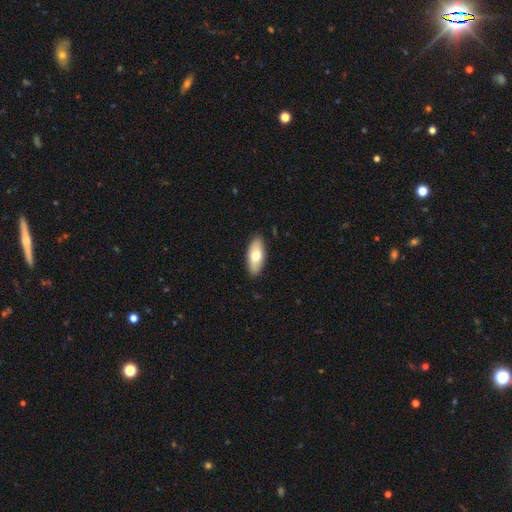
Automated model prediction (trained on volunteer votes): Overall: smooth (72%). How rounded: in between (84%). Merging: none (89%).